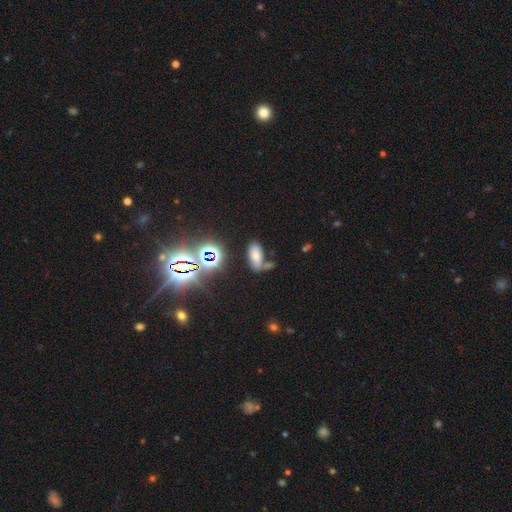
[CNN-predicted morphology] Smooth or featured? Predicted: smooth (p=0.65). How rounded? Predicted: in between (p=0.89). Merging? Predicted: none (p=0.56).